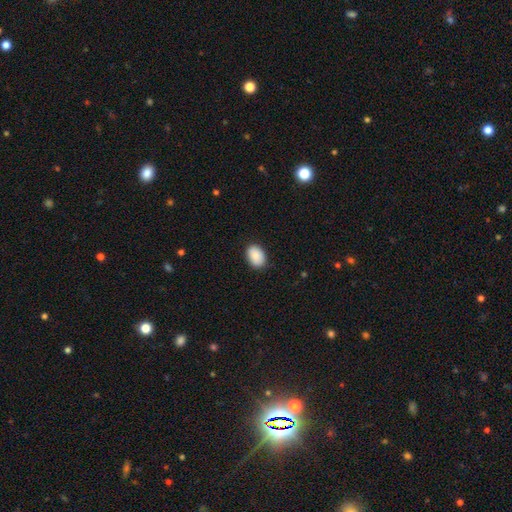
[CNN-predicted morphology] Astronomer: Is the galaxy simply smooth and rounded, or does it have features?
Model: smooth — 89%.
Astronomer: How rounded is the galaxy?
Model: in between — 82%.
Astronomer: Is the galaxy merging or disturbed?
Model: none — 88%.